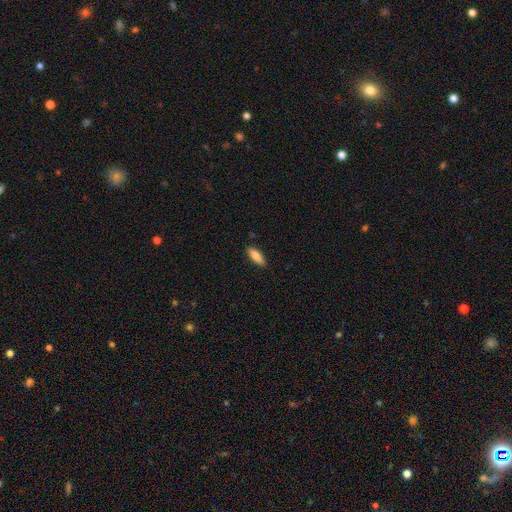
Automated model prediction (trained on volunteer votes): A smooth galaxy with no disk features (81%) that is in between round and cigar-shaped (59%). Merging: none (88%).